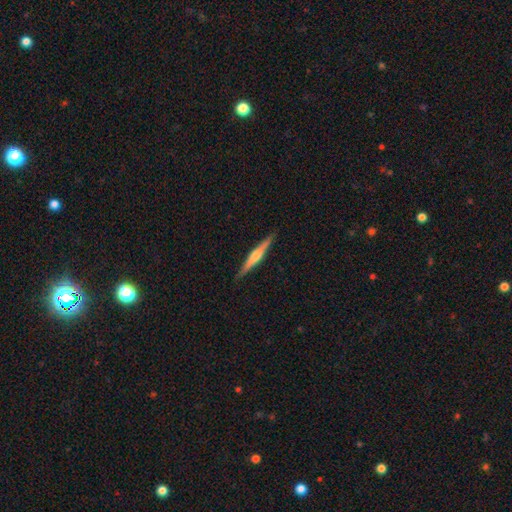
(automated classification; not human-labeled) This is likely a featured or disk galaxy (60%). It is clearly viewed edge-on (98%). Edge-on bulge: likely rounded (67%). Merging: clearly none (90%).